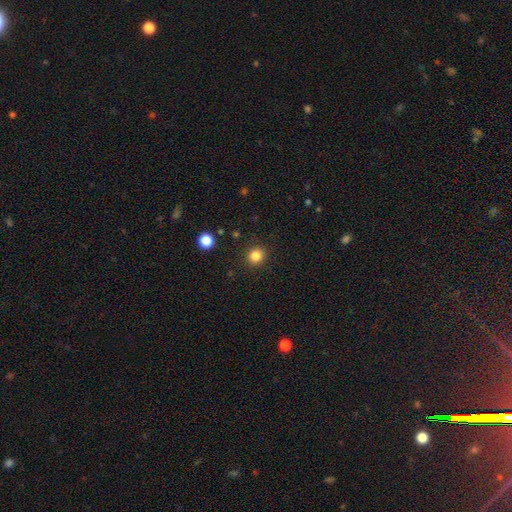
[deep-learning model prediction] Q: Smooth or featured?
A: smooth (84%); runner-up: star or artifact (12%)
Q: How rounded?
A: round (86%); runner-up: in between (13%)
Q: Merging?
A: none (90%); runner-up: minor disturbance (6%)